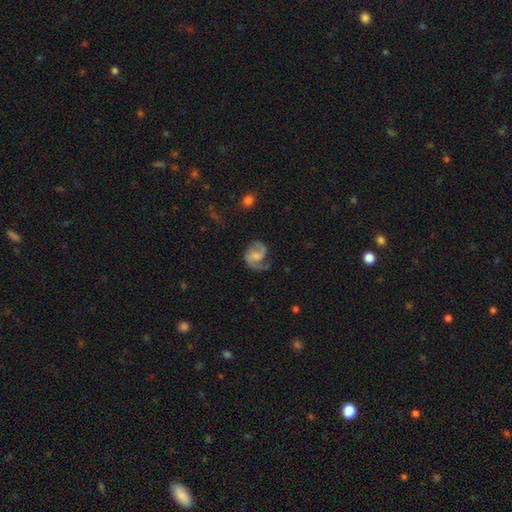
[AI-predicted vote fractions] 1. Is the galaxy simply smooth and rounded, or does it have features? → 77% featured or disk, 16% smooth, 7% star or artifact.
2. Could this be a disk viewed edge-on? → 98% no, 2% yes.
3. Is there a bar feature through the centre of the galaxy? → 45% no, 44% weak, 10% strong.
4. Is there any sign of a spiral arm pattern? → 95% yes, 5% no.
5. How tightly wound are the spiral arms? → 51% medium, 27% loose, 22% tight.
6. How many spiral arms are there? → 79% 2, 13% 1, 5% can't tell, 2% 3, 1% 4, 1% more than 4.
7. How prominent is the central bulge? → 35% small, 32% moderate, 26% none, 6% large, 1% dominant.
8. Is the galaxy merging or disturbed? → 62% none, 22% minor disturbance, 15% major disturbance, 2% merger.